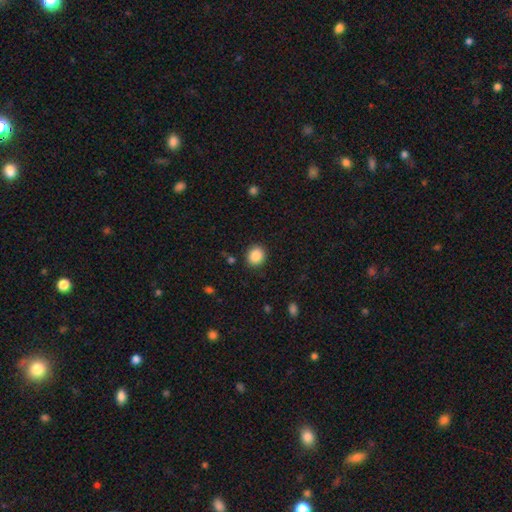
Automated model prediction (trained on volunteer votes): This appears to be a smooth galaxy with no disk features (87%) that is round (78%). Merging: none (90%).